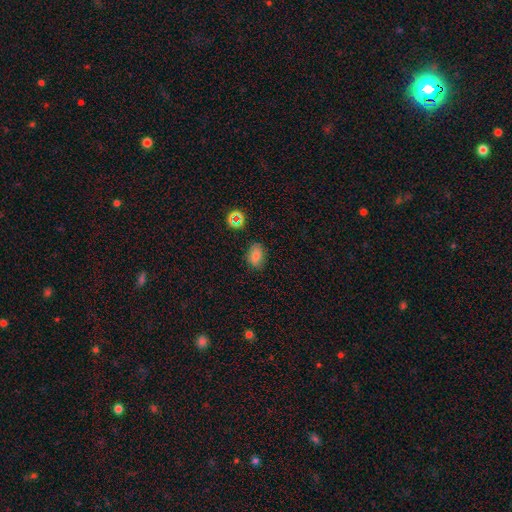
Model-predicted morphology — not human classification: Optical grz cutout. It shows a smooth galaxy with no disk features (78%) that is in between round and cigar-shaped (75%). Merging: none (79%).